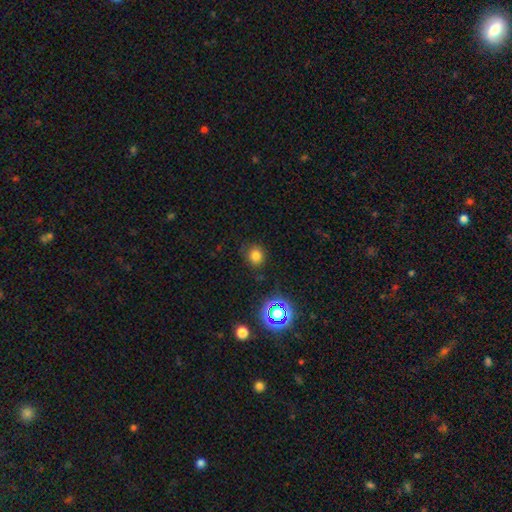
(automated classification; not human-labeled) Overall: smooth (76%). How rounded: round (79%). Merging: none (81%).